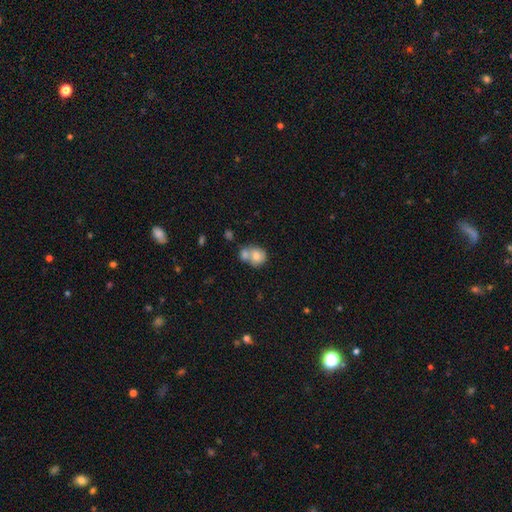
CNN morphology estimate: type=smooth (70%); roundness=round (70%); merging=merger (53%).